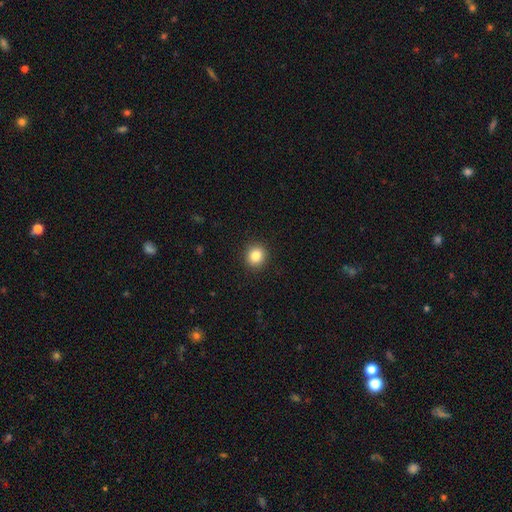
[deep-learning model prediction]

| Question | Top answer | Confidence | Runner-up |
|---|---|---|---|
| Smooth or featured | smooth | 84% | star or artifact (10%) |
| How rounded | round | 85% | in between (14%) |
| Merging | none | 92% | minor disturbance (6%) |